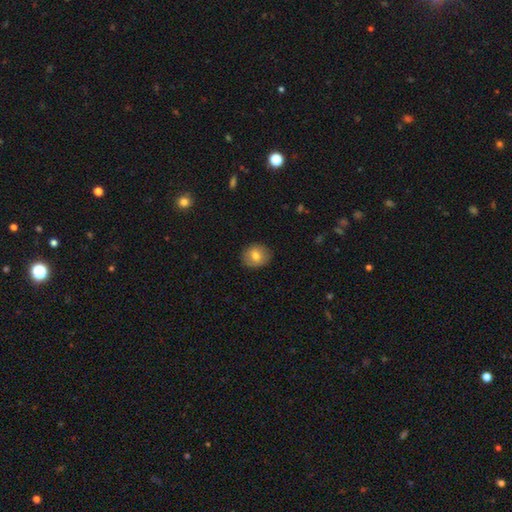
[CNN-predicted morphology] Smooth or featured: smooth — 76% (featured or disk — 16%)
How rounded: round — 70% (in between — 29%)
Merging: none — 87% (minor disturbance — 10%)